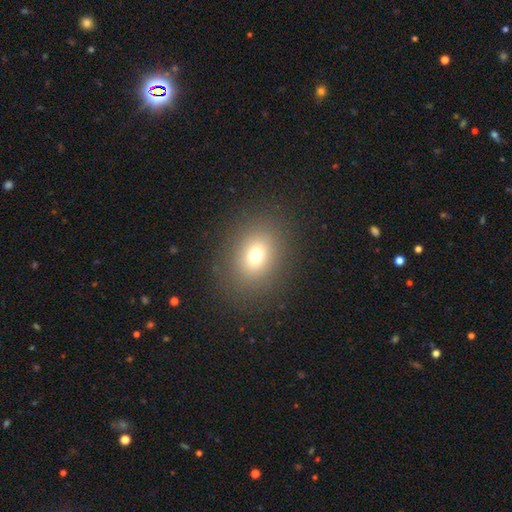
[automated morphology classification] Smooth or featured?
  - smooth: 72% *
  - star or artifact: 16%
  - featured or disk: 12%
How rounded?
  - round: 50% *
  - in between: 49%
  - cigar-shaped: 1%
Merging?
  - none: 86% *
  - minor disturbance: 8%
  - major disturbance: 5%
  - merger: 1%